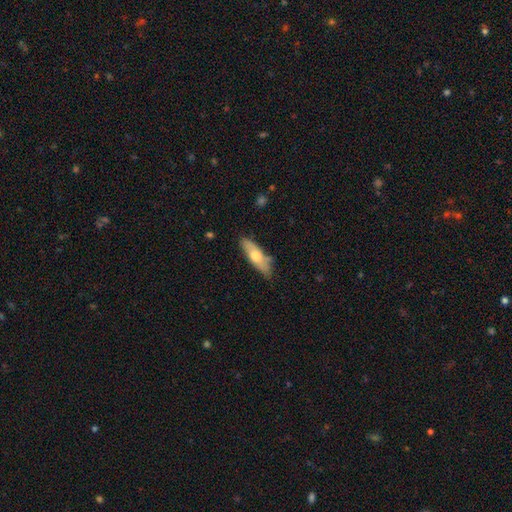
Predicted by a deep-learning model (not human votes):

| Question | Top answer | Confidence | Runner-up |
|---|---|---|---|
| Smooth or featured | smooth | 59% | featured or disk (35%) |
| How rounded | in between | 49% | tied: cigar-shaped (49%) |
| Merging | none | 75% | minor disturbance (19%) |